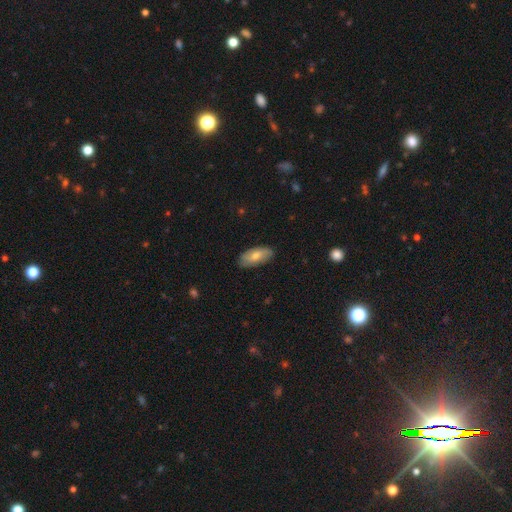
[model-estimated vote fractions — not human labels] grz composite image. It shows a smooth galaxy with no disk features (71%) that is in between round and cigar-shaped (88%). Merging: none (83%).